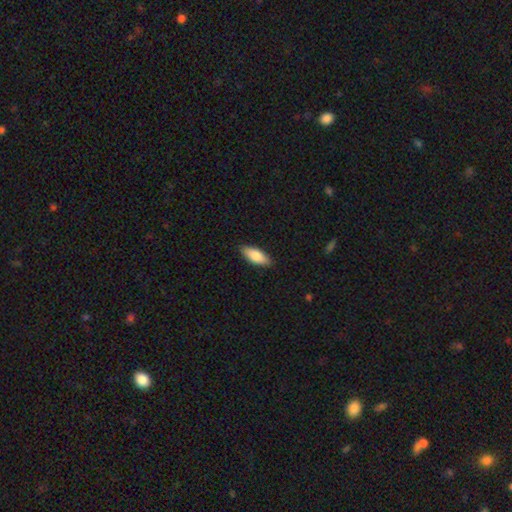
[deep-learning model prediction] This appears to be a smooth galaxy with no disk features (84%) that is in between round and cigar-shaped (80%). Merging: none (88%).